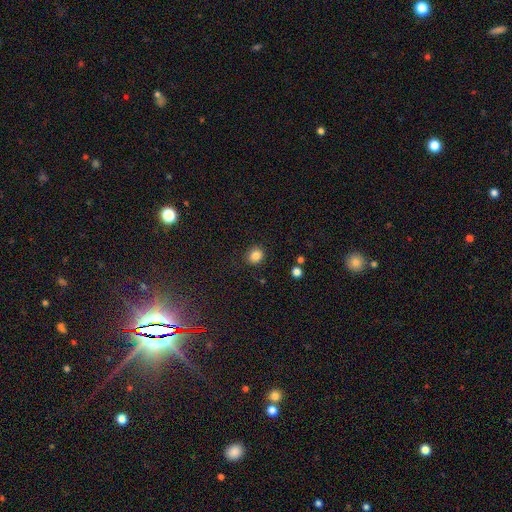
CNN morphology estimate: smooth_or_featured: smooth (p=0.84) [alt: star or artifact p=0.11]
how_rounded: round (p=0.78) [alt: in between p=0.21]
merging: none (p=0.88) [alt: minor disturbance p=0.08]